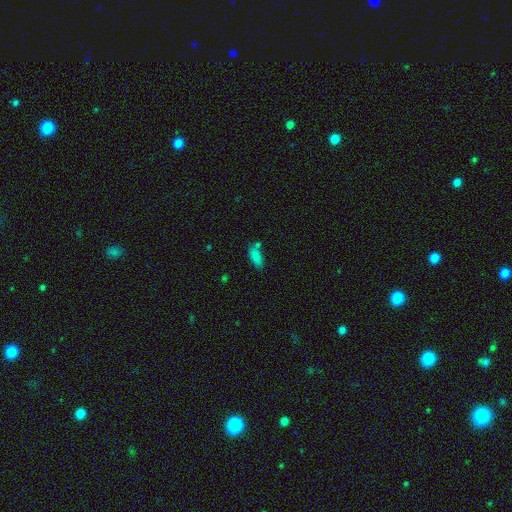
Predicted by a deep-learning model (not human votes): smooth 83%, star or artifact 11%, featured or disk 6%. Down the decision tree: how rounded — in between (78%); merging — none (63%).